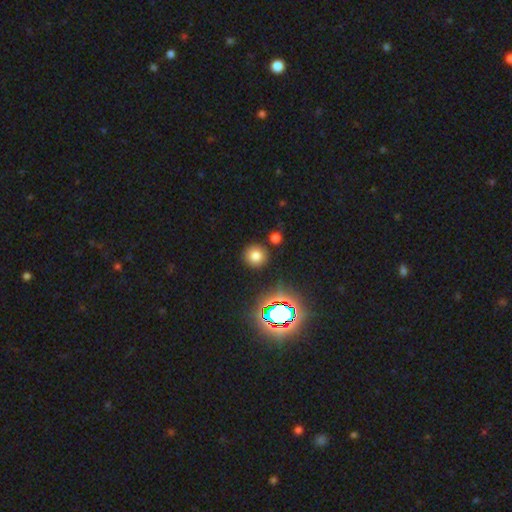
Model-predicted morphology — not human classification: Overall: smooth (73%). How rounded: round (92%). Merging: none (86%).